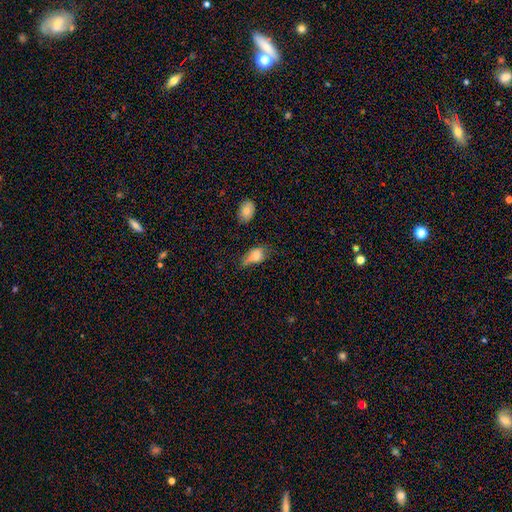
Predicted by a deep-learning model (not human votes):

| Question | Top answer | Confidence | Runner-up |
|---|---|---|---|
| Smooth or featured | smooth | 72% | featured or disk (19%) |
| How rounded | in between | 82% | round (13%) |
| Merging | minor disturbance | 39% | none (35%) |